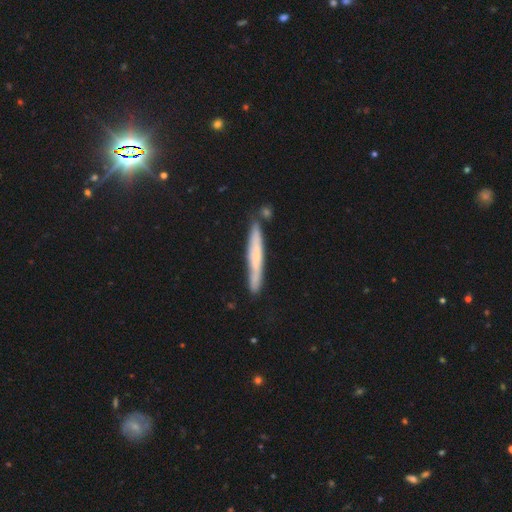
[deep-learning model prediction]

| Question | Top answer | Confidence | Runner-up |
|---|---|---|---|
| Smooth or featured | smooth | 48% | featured or disk (44%) |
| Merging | none | 81% | minor disturbance (12%) |